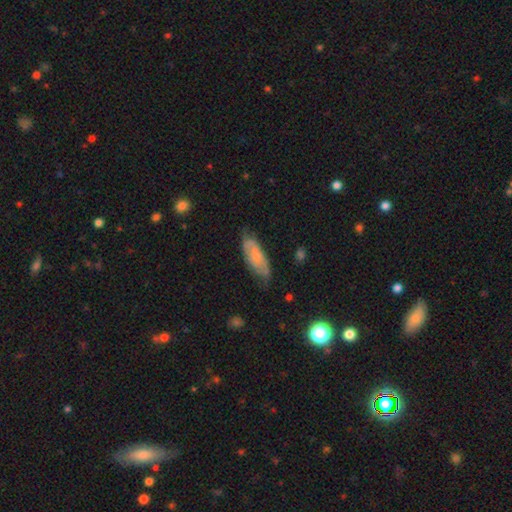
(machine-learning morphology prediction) smooth_or_featured: smooth (p=0.50) [alt: featured or disk p=0.43]
merging: none (p=0.59) [alt: minor disturbance p=0.30]